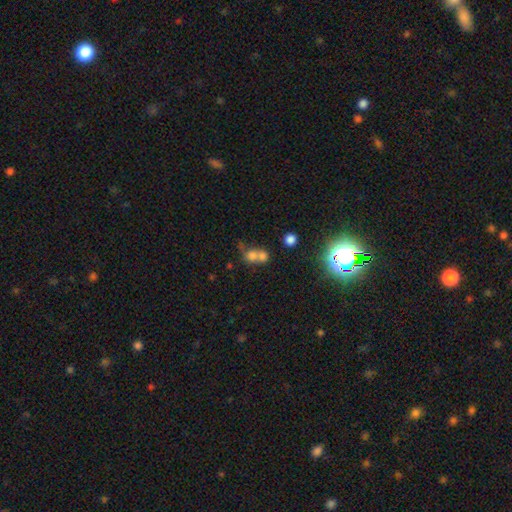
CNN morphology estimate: Overall: smooth (68%). How rounded: round (67%; in between 31%). Merging: merger (66%).